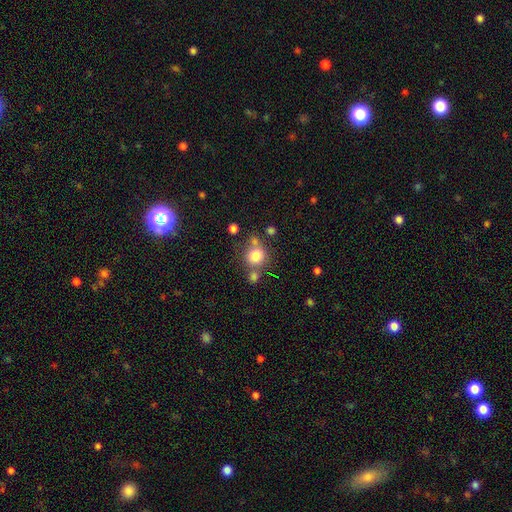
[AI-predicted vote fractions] Smooth or featured?
  - smooth: 78% *
  - star or artifact: 12%
  - featured or disk: 10%
How rounded?
  - round: 82% *
  - in between: 17%
  - cigar-shaped: 1%
Merging?
  - none: 60% *
  - merger: 22%
  - minor disturbance: 13%
  - major disturbance: 6%